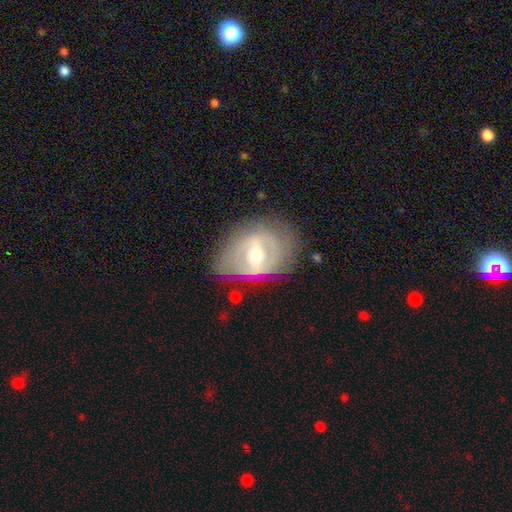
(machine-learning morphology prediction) A featured or disk galaxy (74%) with a strong bar (42%), spiral arms (52%) and a moderate central bulge (71%).

Vote fractions:
- Smooth or featured? featured or disk: 74% / smooth: 19% / star or artifact: 7%
- Edge-on disk? no: 93% / yes: 7%
- Bar? strong: 42% / weak: 41% / no: 18%
- Spiral arms? yes: 52% / no: 48%
- Bulge size? moderate: 71% / small: 18% / large: 9% / none: 1% / dominant: 1%
- Merging? none: 67% / minor disturbance: 22% / major disturbance: 9% / merger: 2%